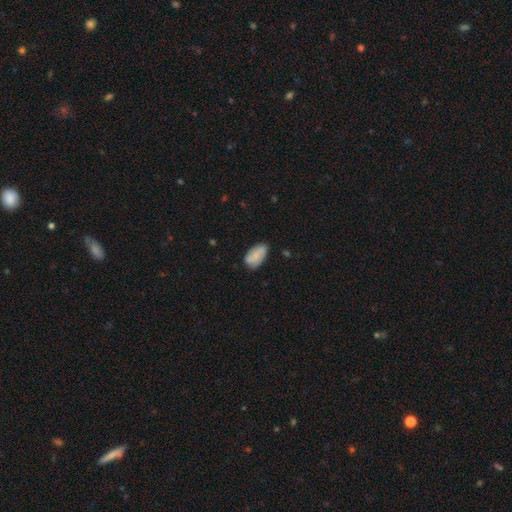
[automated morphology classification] smooth-or-featured: smooth: 59% | featured or disk: 34% | star or artifact: 7%
  how-rounded: in between: 93% | round: 5% | cigar-shaped: 3%
  merging: none: 73% | minor disturbance: 21% | major disturbance: 4% | merger: 2%